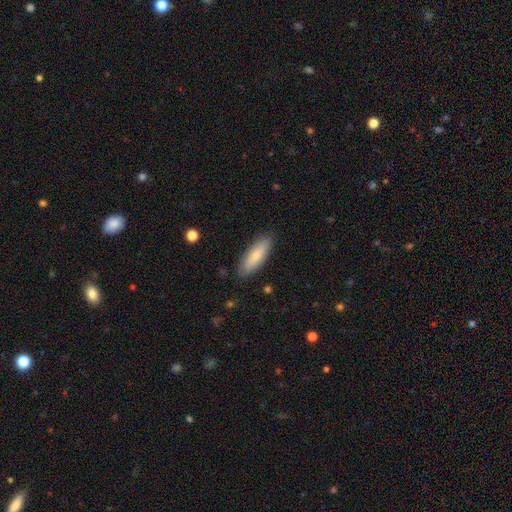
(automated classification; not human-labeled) smooth-or-featured: smooth: 78% | featured or disk: 16% | star or artifact: 6%
  how-rounded: in between: 57% | cigar-shaped: 41% | round: 2%
  merging: none: 87% | minor disturbance: 10% | major disturbance: 2% | merger: 1%